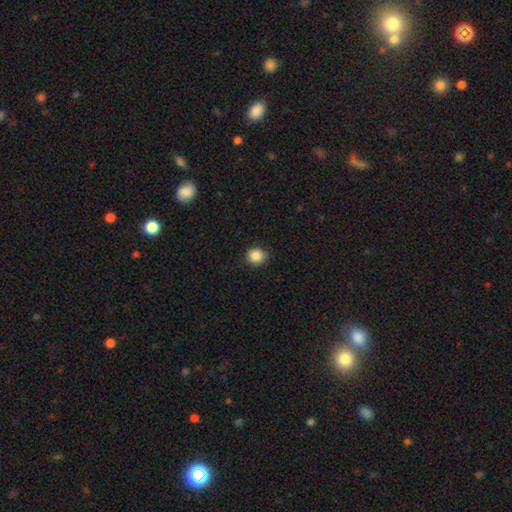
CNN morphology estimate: Smooth or featured? Predicted: smooth (p=0.87). How rounded? Predicted: round (p=0.85). Merging? Predicted: none (p=0.86).